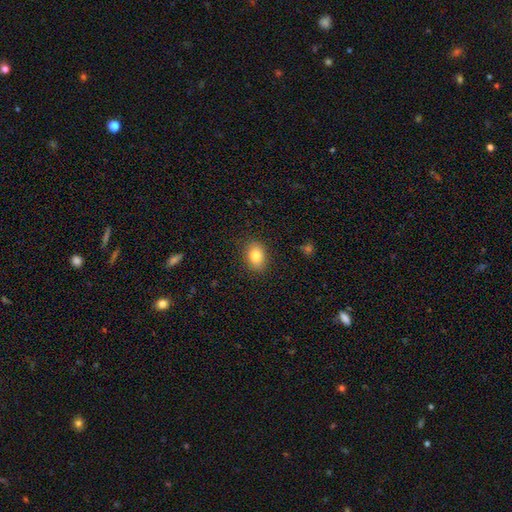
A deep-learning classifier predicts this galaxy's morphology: Smooth or featured? smooth (82%)
How rounded? in between (75%)
Merging? none (87%)